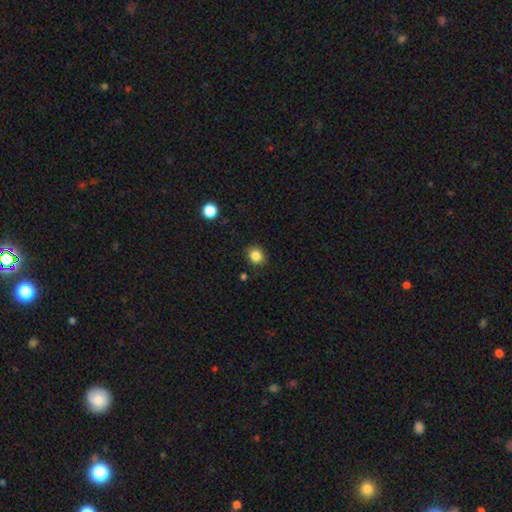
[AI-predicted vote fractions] A smooth galaxy with no disk features (85%) that is round (73%).

Vote fractions:
- Smooth or featured? smooth: 85% / star or artifact: 11% / featured or disk: 4%
- How rounded? round: 73% / in between: 26% / cigar-shaped: 1%
- Merging? none: 85% / minor disturbance: 10% / major disturbance: 3% / merger: 2%